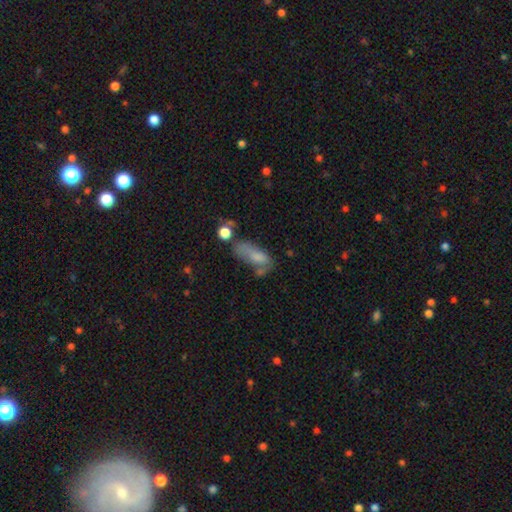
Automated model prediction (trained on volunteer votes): Smooth or featured: smooth — 68% (featured or disk — 20%)
How rounded: in between — 78% (cigar-shaped — 17%)
Merging: none — 33% (minor disturbance — 26%)